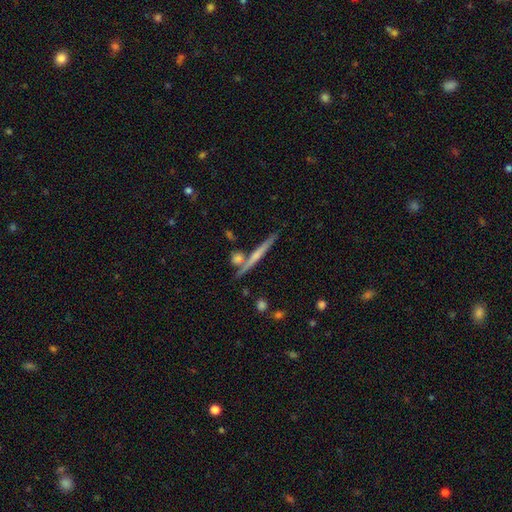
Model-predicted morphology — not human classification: Smooth or featured? featured or disk (57%)
Edge-on disk? yes (96%)
Edge-on bulge? none (59%)
Merging? none (77%)